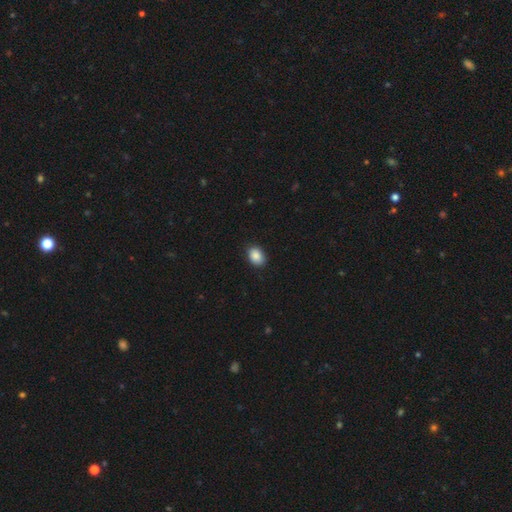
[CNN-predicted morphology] smooth-or-featured: smooth: 89% | star or artifact: 8% | featured or disk: 4%
  how-rounded: in between: 78% | round: 21% | cigar-shaped: 1%
  merging: none: 89% | minor disturbance: 8% | major disturbance: 2% | merger: 1%